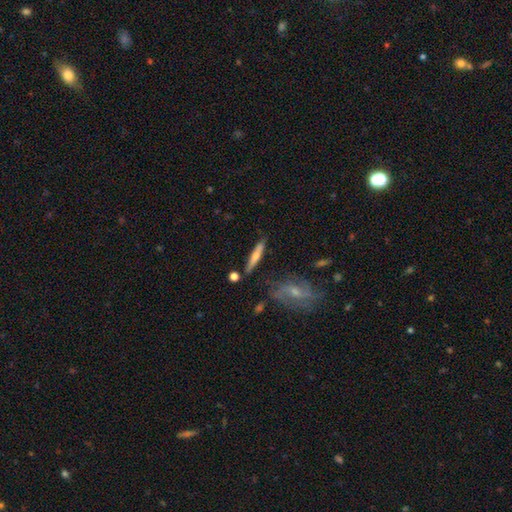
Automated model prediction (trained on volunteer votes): smooth-or-featured: smooth: 54% | featured or disk: 40% | star or artifact: 6%
  how-rounded: cigar-shaped: 86% | in between: 12% | round: 3%
  merging: none: 79% | minor disturbance: 12% | merger: 5% | major disturbance: 3%